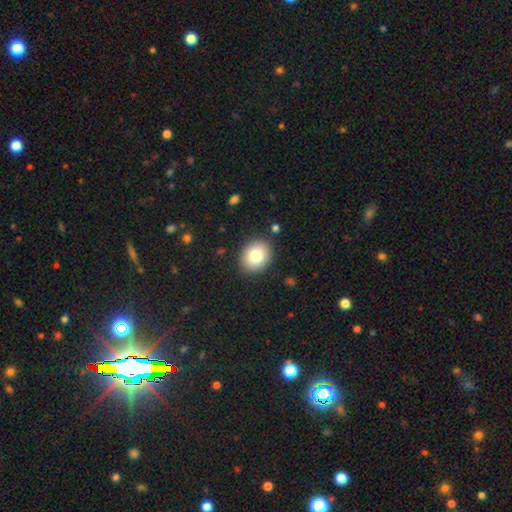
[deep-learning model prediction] Smooth or featured: smooth — 79% (featured or disk — 12%)
How rounded: round — 60% (in between — 40%)
Merging: none — 89% (minor disturbance — 8%)